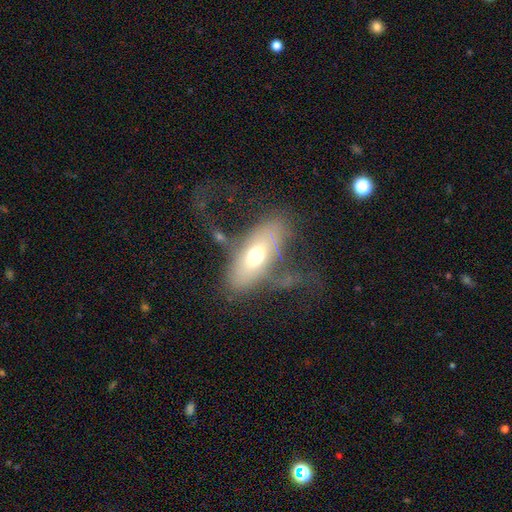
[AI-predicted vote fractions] Q: Smooth or featured?
A: smooth (54%); runner-up: featured or disk (38%)
Q: How rounded?
A: in between (85%); runner-up: cigar-shaped (10%)
Q: Merging?
A: none (36%); runner-up: major disturbance (35%)